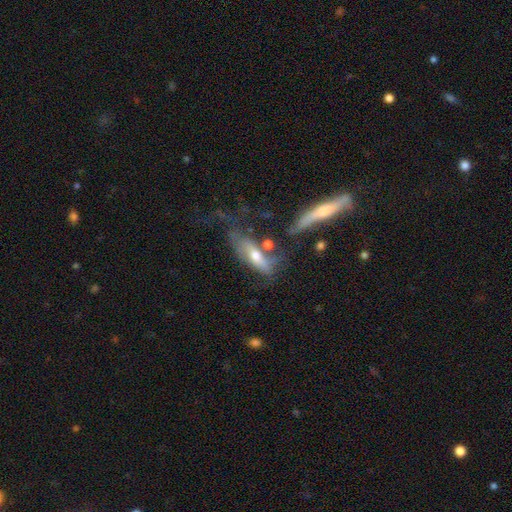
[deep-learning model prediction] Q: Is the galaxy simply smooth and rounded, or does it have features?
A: smooth — 50%.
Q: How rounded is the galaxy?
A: in between — 49%.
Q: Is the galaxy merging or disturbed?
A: none — 35%.